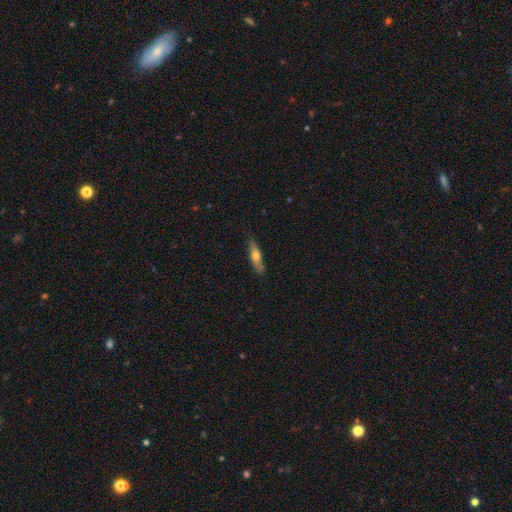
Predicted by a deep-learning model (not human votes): This is possibly a smooth galaxy (56%). How rounded: likely cigar-shaped (69%). Merging: clearly none (81%).